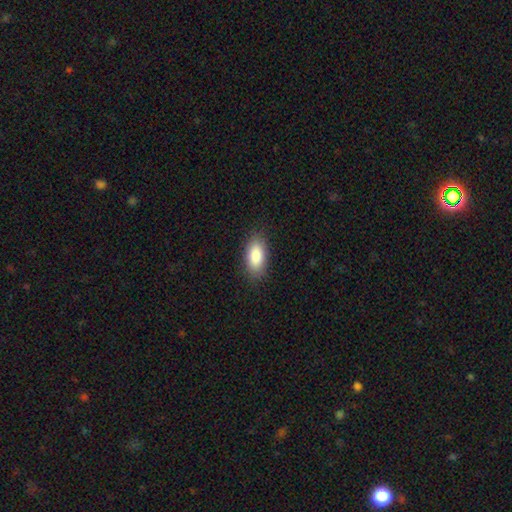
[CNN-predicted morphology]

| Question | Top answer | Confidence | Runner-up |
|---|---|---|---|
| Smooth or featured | smooth | 88% | star or artifact (6%) |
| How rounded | in between | 91% | cigar-shaped (6%) |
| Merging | none | 86% | minor disturbance (10%) |